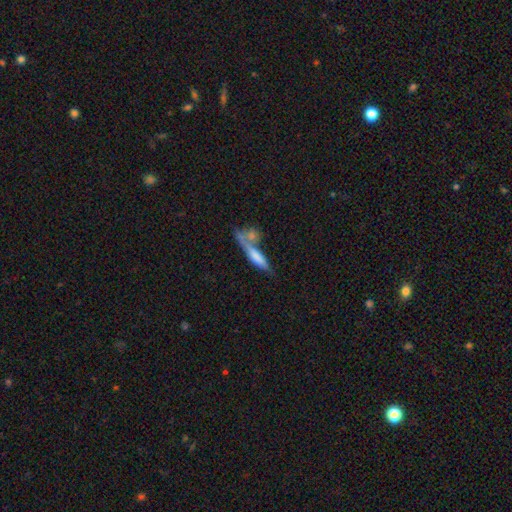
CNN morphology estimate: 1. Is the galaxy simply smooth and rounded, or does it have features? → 55% smooth, 36% featured or disk, 10% star or artifact.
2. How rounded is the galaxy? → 78% cigar-shaped, 19% in between, 2% round.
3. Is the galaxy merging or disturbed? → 41% none, 39% merger, 12% minor disturbance, 8% major disturbance.